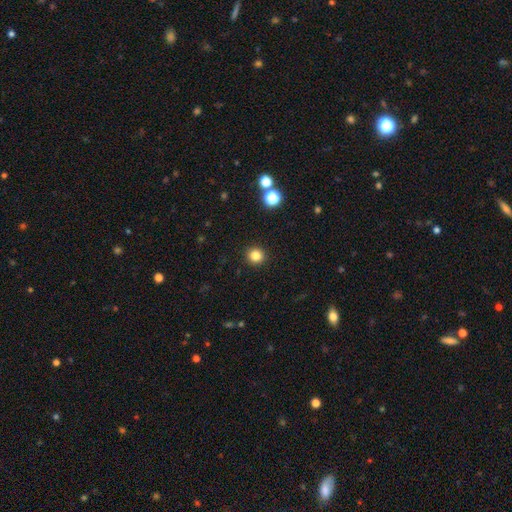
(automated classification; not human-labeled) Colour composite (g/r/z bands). It shows a smooth galaxy with no disk features (83%) that is round (92%). Merging: none (93%).